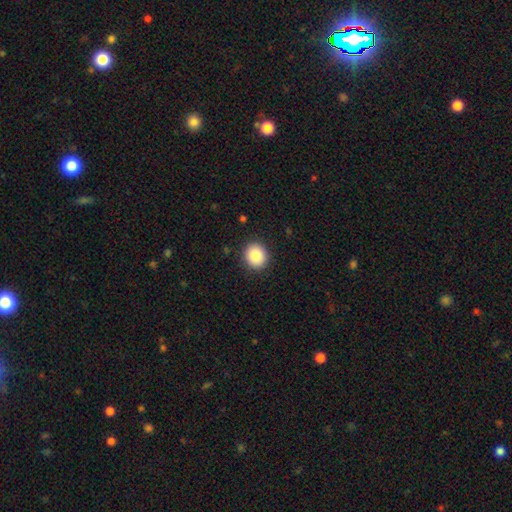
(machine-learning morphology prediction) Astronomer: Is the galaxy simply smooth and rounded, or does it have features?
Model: smooth — 87%.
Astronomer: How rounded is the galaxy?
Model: round — 81%.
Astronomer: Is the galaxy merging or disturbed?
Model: none — 90%.